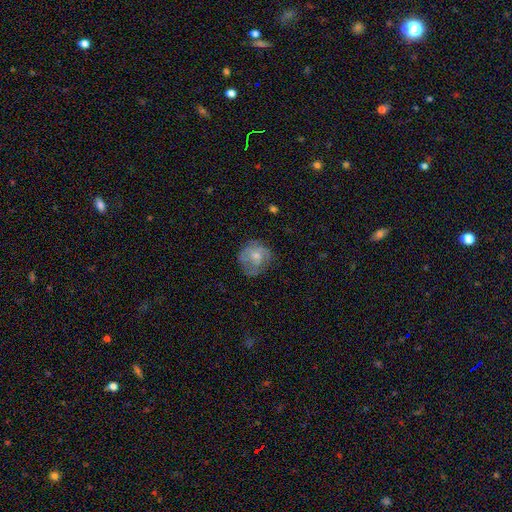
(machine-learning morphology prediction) smooth_or_featured: featured or disk (p=0.46) [tied with: smooth p=0.46]
merging: none (p=0.55) [alt: minor disturbance p=0.25]